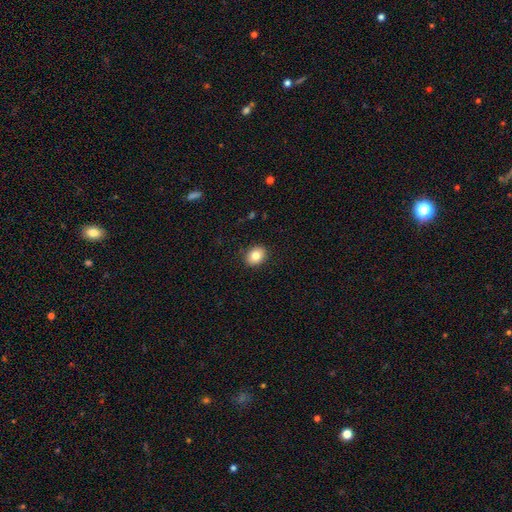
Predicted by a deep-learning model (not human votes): smooth-or-featured: smooth: 81% | featured or disk: 10% | star or artifact: 9%
  how-rounded: in between: 53% | round: 46% | cigar-shaped: 1%
  merging: none: 90% | minor disturbance: 7% | major disturbance: 2% | merger: 1%